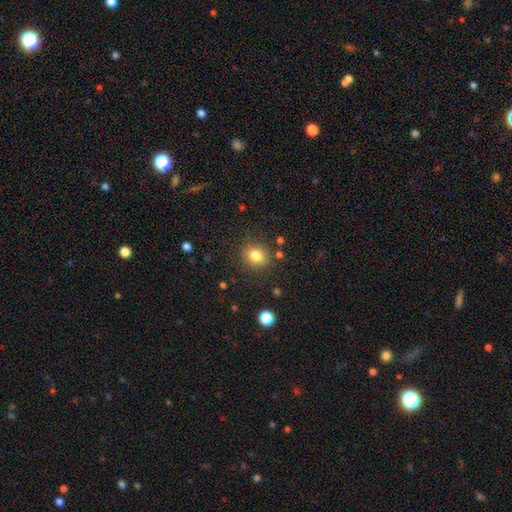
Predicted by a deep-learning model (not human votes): The model was most divided on "how rounded": round: 80%, in between: 19%, cigar-shaped: 1%. More confident: merging — none (84%); smooth or featured — smooth (81%).